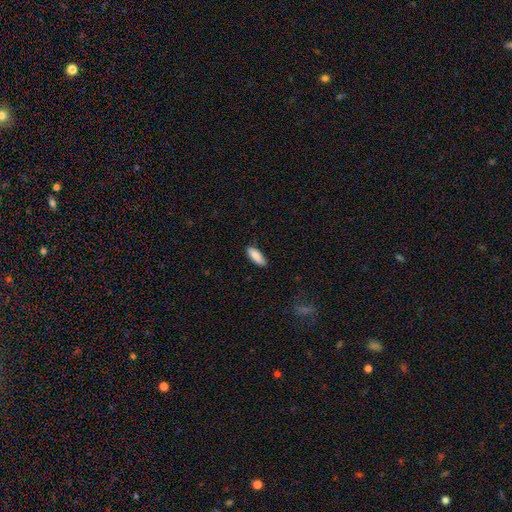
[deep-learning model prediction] The model was most divided on "how rounded": in between: 71%, cigar-shaped: 27%, round: 2%. More confident: smooth or featured — smooth (88%); merging — none (82%).